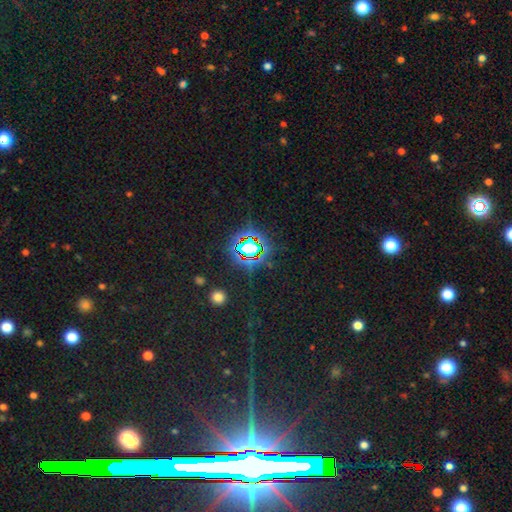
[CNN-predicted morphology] Q: Smooth or featured?
A: star or artifact (80%); runner-up: smooth (12%)